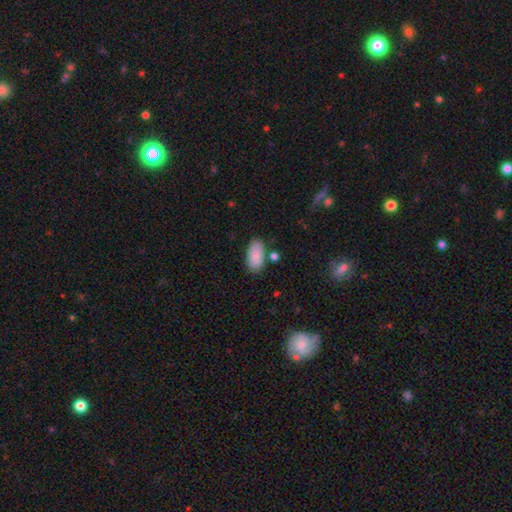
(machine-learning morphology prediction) Smooth or featured?
  - smooth: 88% *
  - star or artifact: 7%
  - featured or disk: 5%
How rounded?
  - in between: 94% *
  - cigar-shaped: 3%
  - round: 3%
Merging?
  - none: 76% *
  - minor disturbance: 13%
  - merger: 7%
  - major disturbance: 4%